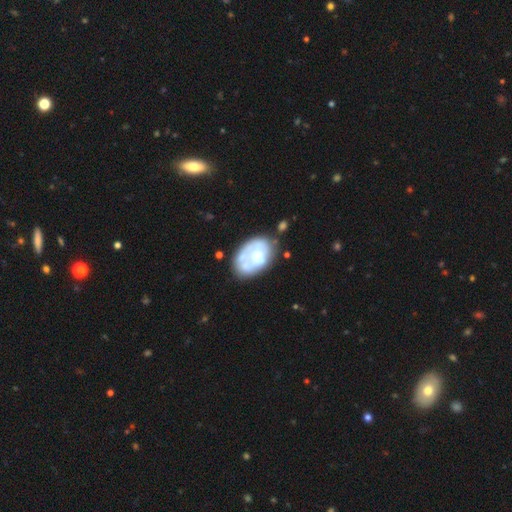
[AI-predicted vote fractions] Smooth or featured?
  - featured or disk: 48% *
  - smooth: 45%
  - star or artifact: 7%
Merging?
  - none: 52% *
  - minor disturbance: 26%
  - major disturbance: 12%
  - merger: 10%